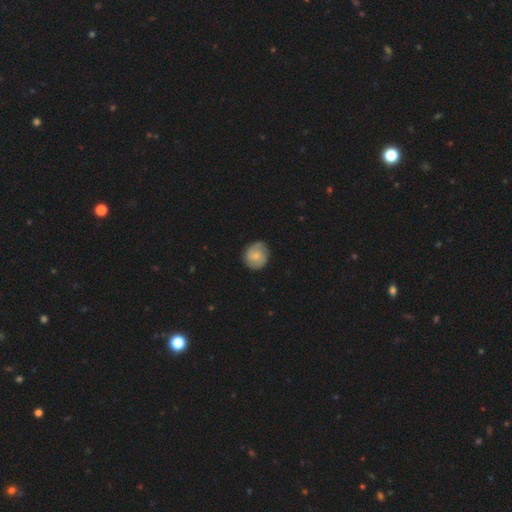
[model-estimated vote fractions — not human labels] Q: Smooth or featured?
A: smooth (56%); runner-up: featured or disk (37%)
Q: How rounded?
A: round (83%); runner-up: in between (16%)
Q: Merging?
A: none (80%); runner-up: minor disturbance (16%)